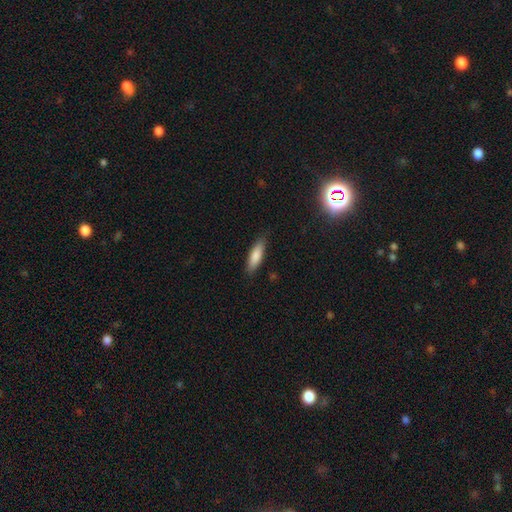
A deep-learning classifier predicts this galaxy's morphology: smooth-or-featured: smooth: 82% | featured or disk: 12% | star or artifact: 6%
  how-rounded: cigar-shaped: 57% | in between: 41% | round: 2%
  merging: none: 84% | minor disturbance: 13% | major disturbance: 2% | merger: 1%